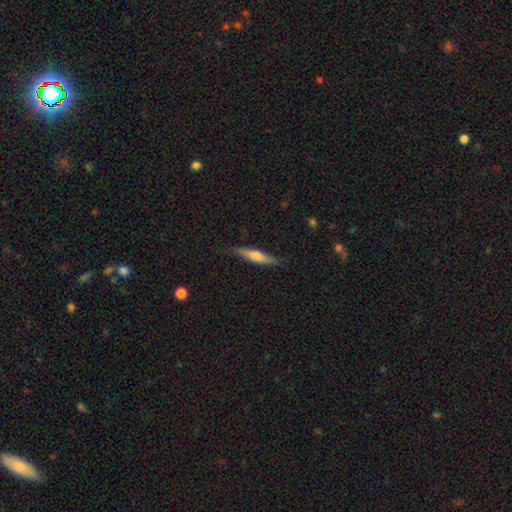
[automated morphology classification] This is possibly a smooth galaxy (48%). Merging: clearly none (81%).